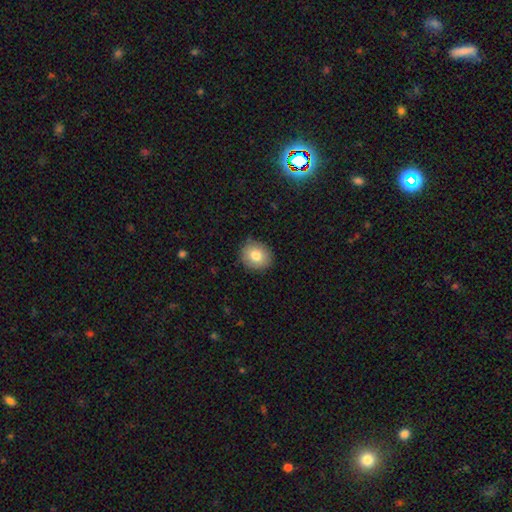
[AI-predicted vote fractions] Overall: smooth (80%). How rounded: round (70%). Merging: none (86%).